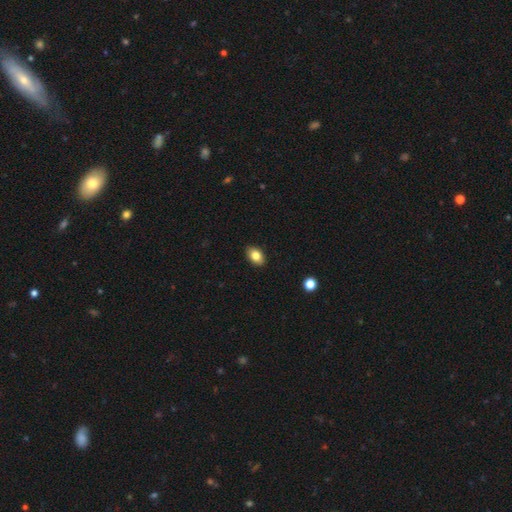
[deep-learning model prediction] Smooth or featured?
  - smooth: 83% *
  - featured or disk: 9%
  - star or artifact: 8%
How rounded?
  - in between: 85% *
  - round: 13%
  - cigar-shaped: 1%
Merging?
  - none: 89% *
  - minor disturbance: 8%
  - major disturbance: 2%
  - merger: 1%